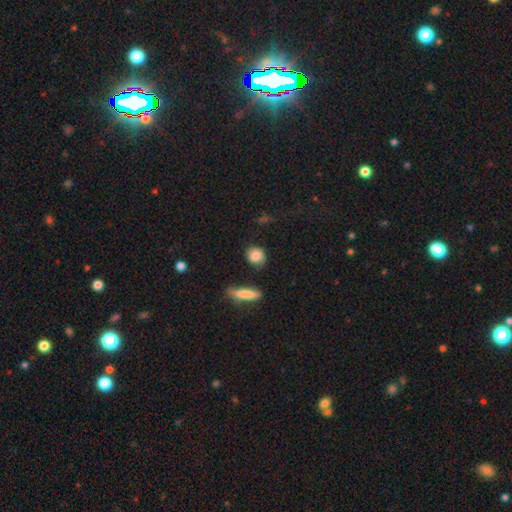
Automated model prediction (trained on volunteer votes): Smooth or featured? smooth (81%)
How rounded? round (63%)
Merging? none (71%)